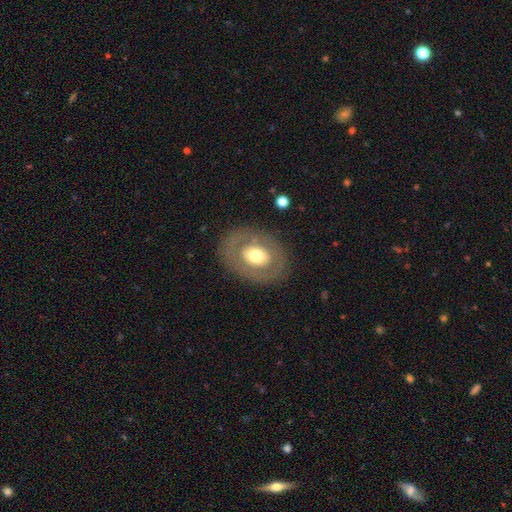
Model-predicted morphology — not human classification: smooth-or-featured: smooth: 51% | featured or disk: 42% | star or artifact: 7%
  how-rounded: in between: 60% | round: 39% | cigar-shaped: 1%
  merging: none: 81% | minor disturbance: 11% | major disturbance: 7% | merger: 1%